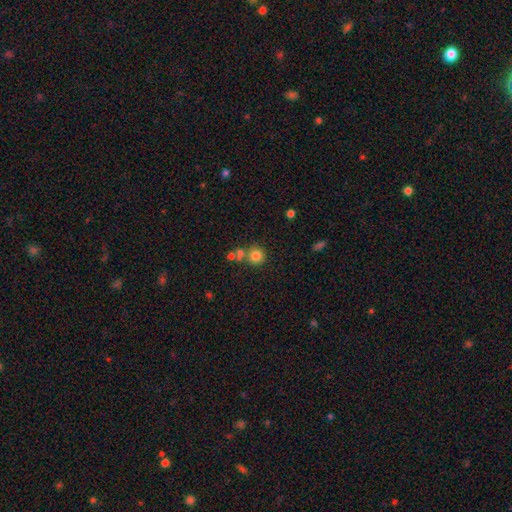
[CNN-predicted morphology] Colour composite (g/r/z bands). It shows a smooth galaxy with no disk features (79%) that is round (91%). Merging: none (66%).